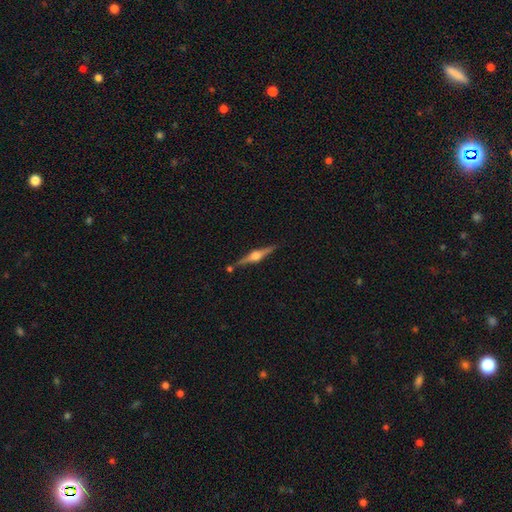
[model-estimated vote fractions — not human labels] smooth_or_featured: featured or disk (p=0.83) [alt: smooth p=0.11]
disk_edge_on: yes (p=0.98) [alt: no p=0.02]
edge_on_bulge: rounded (p=0.94) [alt: boxy p=0.05]
merging: none (p=0.85) [alt: minor disturbance p=0.09]